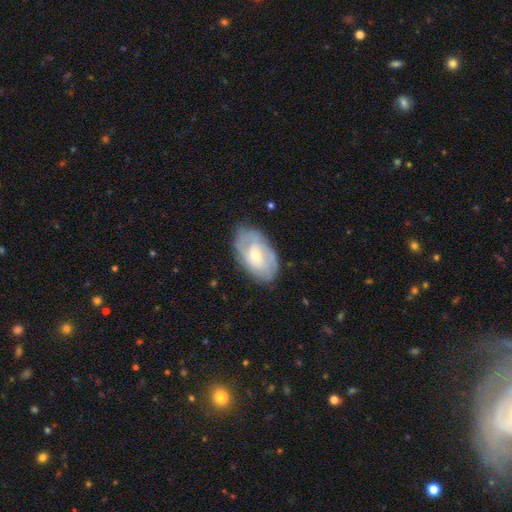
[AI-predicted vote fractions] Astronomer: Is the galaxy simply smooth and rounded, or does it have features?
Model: featured or disk — 62%.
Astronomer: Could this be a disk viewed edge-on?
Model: no — 95%.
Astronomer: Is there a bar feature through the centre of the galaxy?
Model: no — 65%.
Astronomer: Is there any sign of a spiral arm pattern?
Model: yes — 80%.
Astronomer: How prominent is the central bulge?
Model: small — 60%.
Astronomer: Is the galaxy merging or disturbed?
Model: none — 73%.